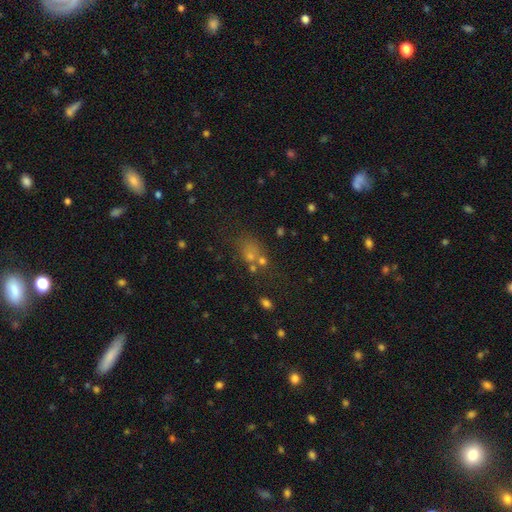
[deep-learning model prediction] smooth_or_featured: smooth (p=0.48) [alt: star or artifact p=0.39]
merging: none (p=0.56) [alt: merger p=0.23]